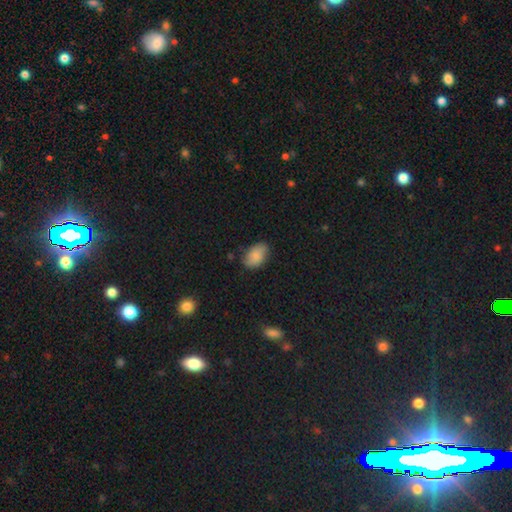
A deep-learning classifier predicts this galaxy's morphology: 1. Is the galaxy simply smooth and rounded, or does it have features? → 82% smooth, 11% featured or disk, 7% star or artifact.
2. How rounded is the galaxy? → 90% in between, 9% round, 1% cigar-shaped.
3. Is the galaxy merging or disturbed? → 75% none, 20% minor disturbance, 4% major disturbance, 2% merger.